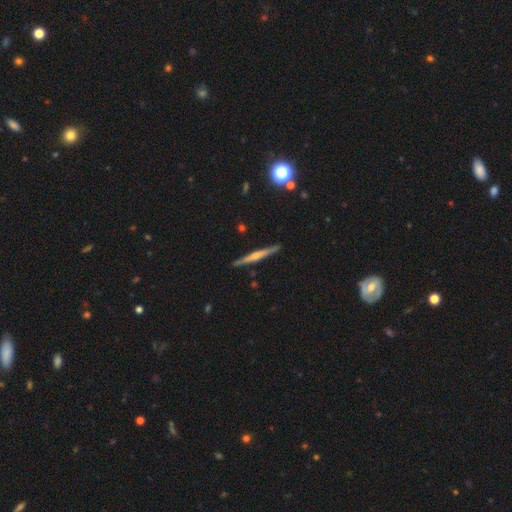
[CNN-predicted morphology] Q: Smooth or featured?
A: featured or disk (63%); runner-up: smooth (31%)
Q: Edge-on disk?
A: yes (98%); runner-up: no (2%)
Q: Edge-on bulge?
A: rounded (58%); runner-up: none (29%)
Q: Merging?
A: none (90%); runner-up: minor disturbance (7%)